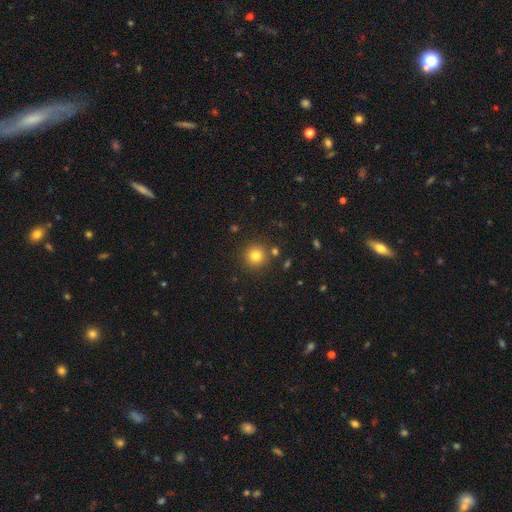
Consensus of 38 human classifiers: Smooth or featured? smooth (84%)
How rounded? round (97%)
Merging? none (94%)